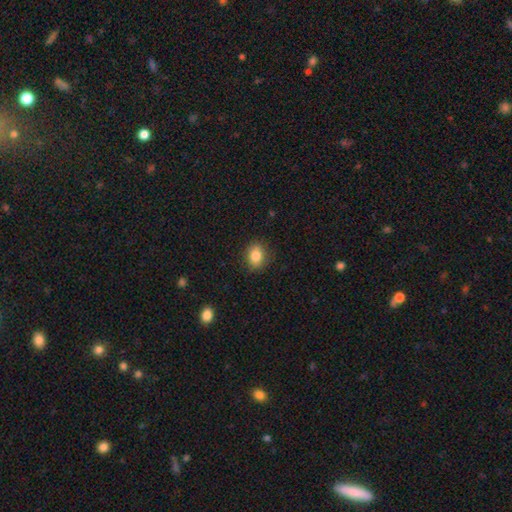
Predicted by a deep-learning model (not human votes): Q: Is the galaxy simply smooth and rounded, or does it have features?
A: smooth — 86%.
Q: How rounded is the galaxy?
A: in between — 61%.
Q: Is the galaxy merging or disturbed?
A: none — 86%.